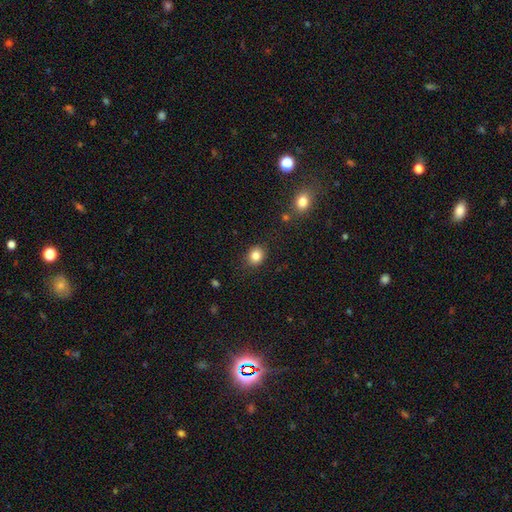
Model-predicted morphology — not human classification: The model was most divided on "how rounded": round: 66%, in between: 33%, cigar-shaped: 1%. More confident: merging — none (87%); smooth or featured — smooth (84%).